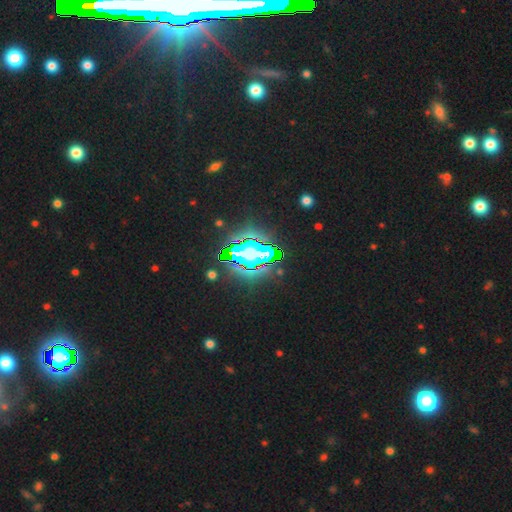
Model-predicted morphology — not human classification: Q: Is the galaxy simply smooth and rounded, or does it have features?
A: star or artifact — 82%.